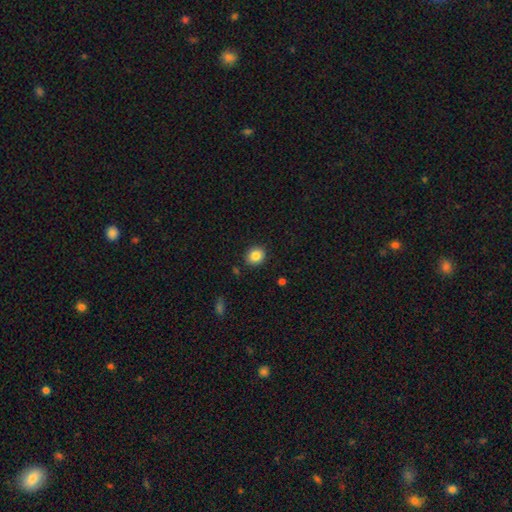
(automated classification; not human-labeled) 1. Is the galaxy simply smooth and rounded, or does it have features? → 85% smooth, 9% star or artifact, 6% featured or disk.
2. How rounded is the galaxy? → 77% round, 22% in between, 1% cigar-shaped.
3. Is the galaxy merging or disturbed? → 89% none, 7% minor disturbance, 2% major disturbance, 2% merger.